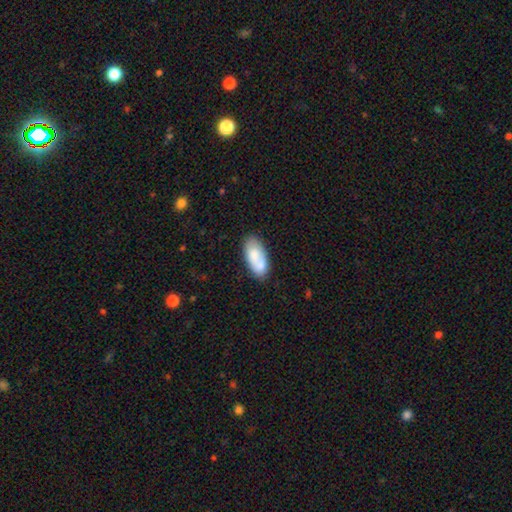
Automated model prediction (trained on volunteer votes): This is likely a smooth galaxy (72%). How rounded: clearly in between (89%). Merging: likely none (60%).